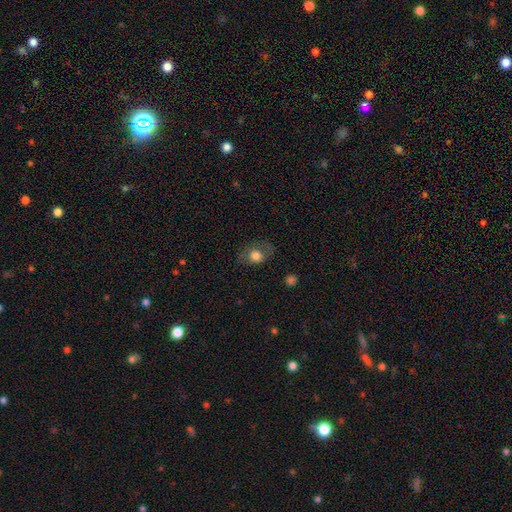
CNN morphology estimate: Smooth or featured? Predicted: smooth (p=0.71). How rounded? Predicted: in between (p=0.55). Merging? Predicted: none (p=0.66).